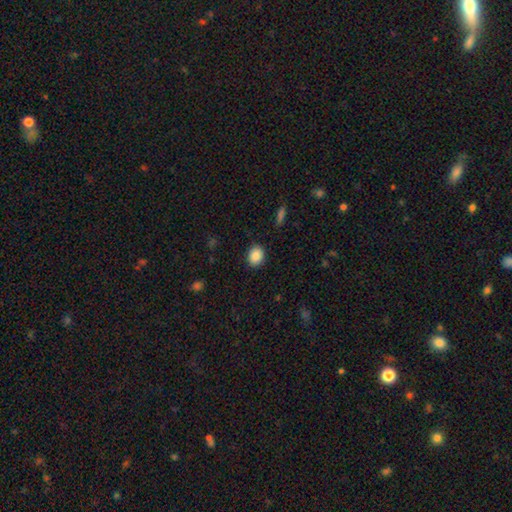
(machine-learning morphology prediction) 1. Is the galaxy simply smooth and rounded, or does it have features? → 87% smooth, 8% star or artifact, 4% featured or disk.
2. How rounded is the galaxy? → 50% round, 49% in between, 1% cigar-shaped.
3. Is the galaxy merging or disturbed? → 89% none, 8% minor disturbance, 2% major disturbance, 1% merger.